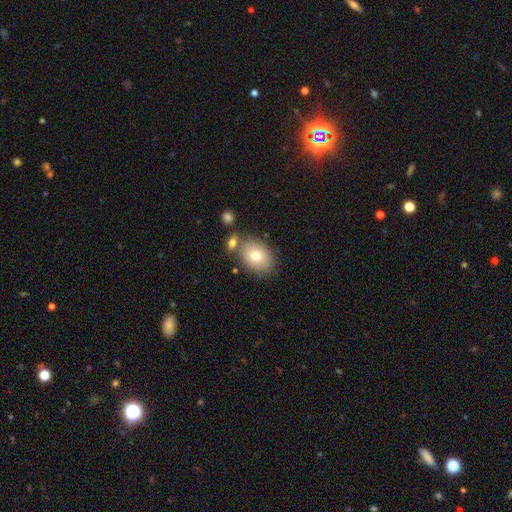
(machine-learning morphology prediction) Smooth or featured?
  - smooth: 74% *
  - featured or disk: 16%
  - star or artifact: 9%
How rounded?
  - in between: 68% *
  - round: 31%
  - cigar-shaped: 1%
Merging?
  - none: 69% *
  - merger: 14%
  - minor disturbance: 13%
  - major disturbance: 4%